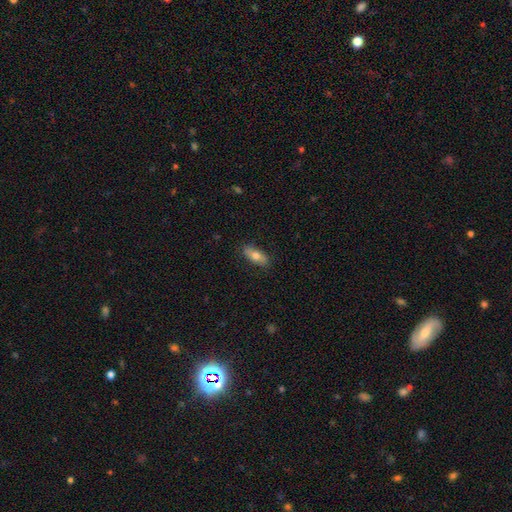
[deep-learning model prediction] Morphology: type=smooth (70%); roundness=in between (73%); merging=none (85%).